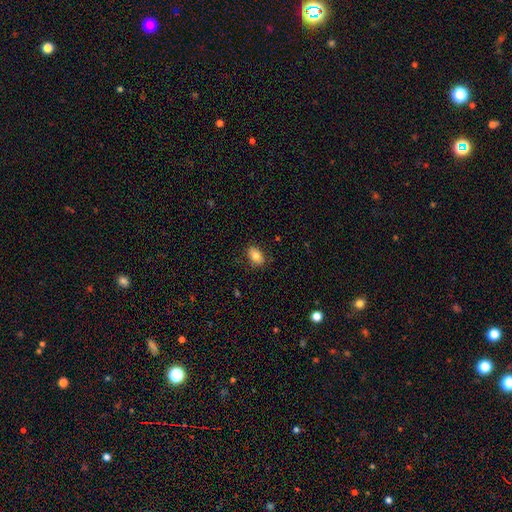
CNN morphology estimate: smooth_or_featured: smooth (p=0.80) [alt: featured or disk p=0.12]
how_rounded: in between (p=0.86) [alt: round p=0.12]
merging: none (p=0.84) [alt: minor disturbance p=0.12]